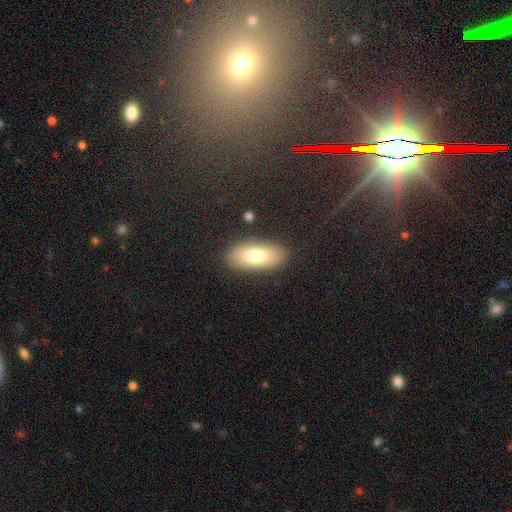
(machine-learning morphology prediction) Smooth or featured? smooth (76%)
How rounded? in between (83%)
Merging? none (86%)